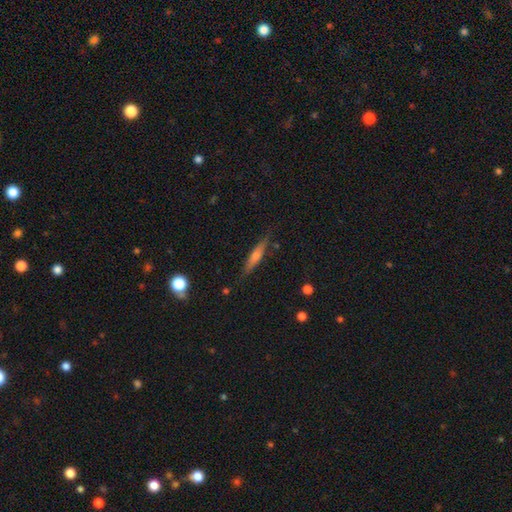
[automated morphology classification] featured or disk 57%, smooth 33%, star or artifact 10%. Down the decision tree: edge-on disk — yes (95%); edge-on bulge — rounded (66%); merging — none (85%).